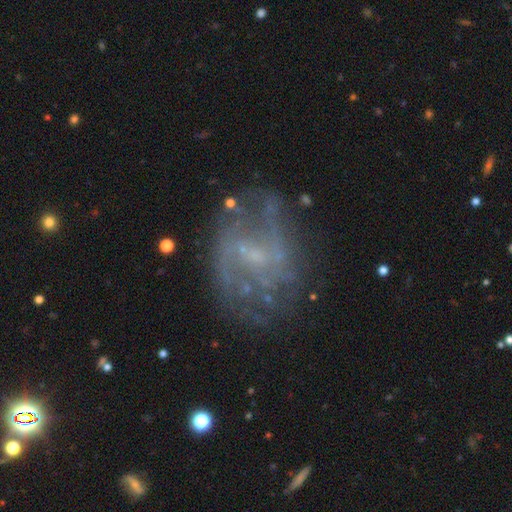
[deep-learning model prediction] smooth_or_featured: featured or disk (p=0.77) [alt: smooth p=0.13]
disk_edge_on: no (p=0.97) [alt: yes p=0.03]
bar: weak (p=0.53) [alt: no p=0.33]
has_spiral_arms: yes (p=0.75) [alt: no p=0.25]
spiral_winding: medium (p=0.41) [alt: loose p=0.37]
spiral_arm_count: 2 (p=0.45) [alt: can't tell p=0.36]
bulge_size: small (p=0.56) [alt: none p=0.28]
merging: none (p=0.65) [alt: minor disturbance p=0.18]